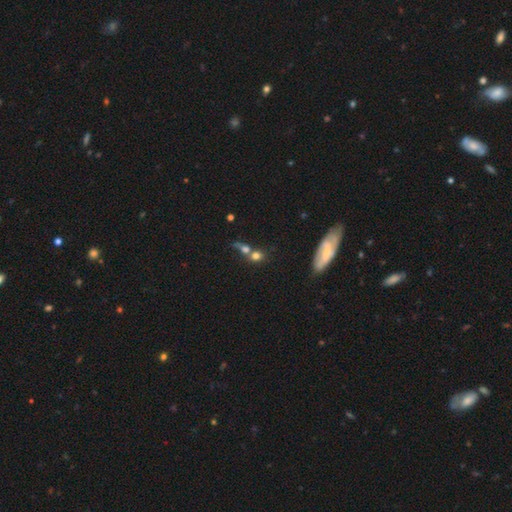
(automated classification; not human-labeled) Smooth or featured: smooth — 70% (featured or disk — 16%)
How rounded: round — 66% (in between — 30%)
Merging: merger — 50% (none — 35%)